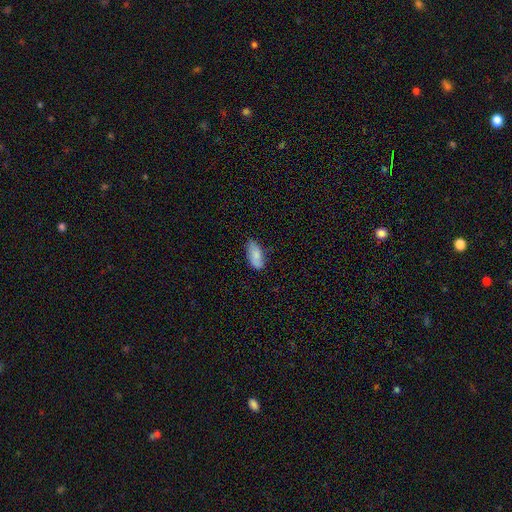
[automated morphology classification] type=smooth (82%); roundness=in between (88%); merging=none (70%).